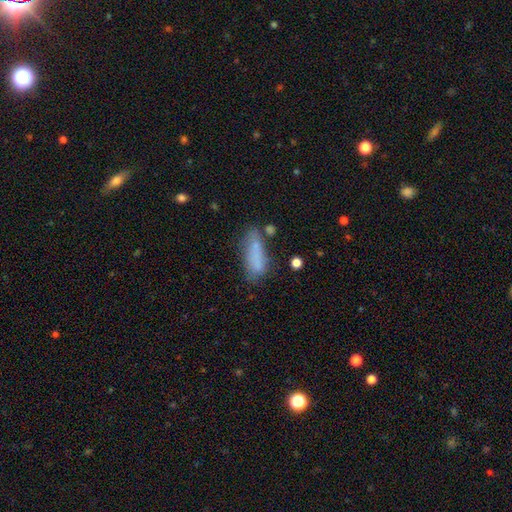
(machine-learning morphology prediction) A smooth galaxy with no disk features (76%) that is in between round and cigar-shaped (53%).

Vote fractions:
- Smooth or featured? smooth: 76% / featured or disk: 14% / star or artifact: 10%
- How rounded? in between: 53% / cigar-shaped: 45% / round: 2%
- Merging? none: 54% / minor disturbance: 26% / major disturbance: 12% / merger: 9%